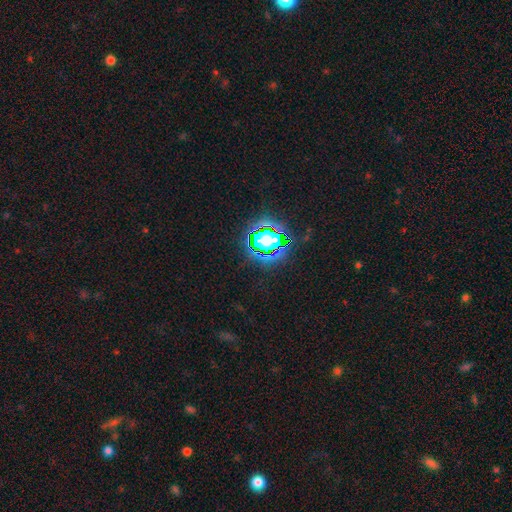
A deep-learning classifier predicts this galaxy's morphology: smooth_or_featured: star or artifact (p=0.82) [alt: smooth p=0.12]